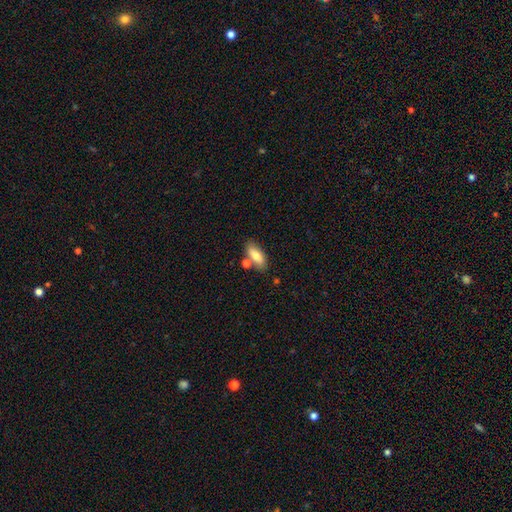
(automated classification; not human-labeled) smooth-or-featured: smooth: 78% | featured or disk: 15% | star or artifact: 7%
  how-rounded: in between: 78% | cigar-shaped: 19% | round: 3%
  merging: none: 71% | minor disturbance: 13% | merger: 13% | major disturbance: 3%